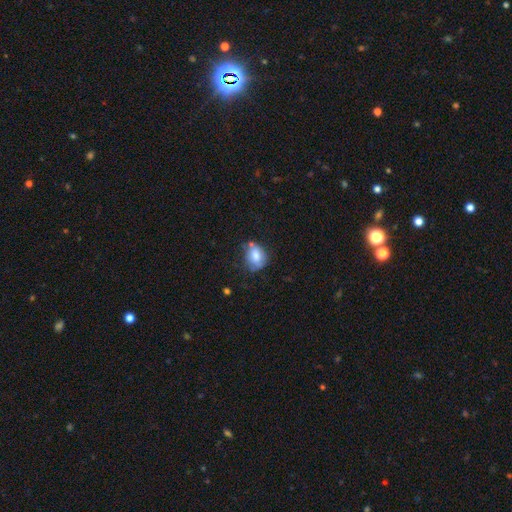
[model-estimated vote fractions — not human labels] Smooth or featured? smooth (69%)
How rounded? in between (54%)
Merging? none (54%)